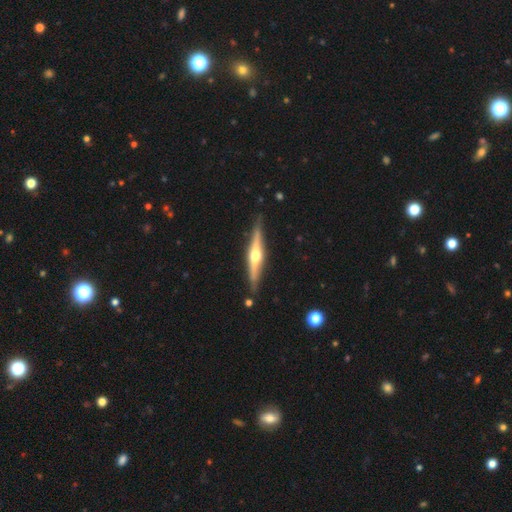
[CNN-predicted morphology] A featured or disk galaxy (73%) viewed edge-on (97%) with a rounded central bulge (93%). Merging: none (86%).